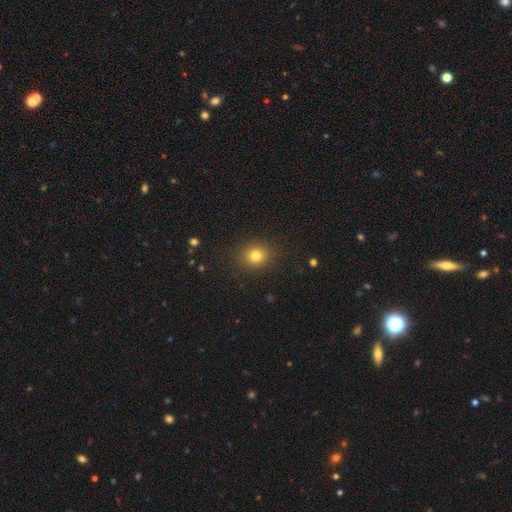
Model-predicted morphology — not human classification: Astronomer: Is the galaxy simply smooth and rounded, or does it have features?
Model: smooth — 79%.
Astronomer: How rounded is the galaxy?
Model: round — 75%.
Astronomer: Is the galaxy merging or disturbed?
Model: none — 88%.